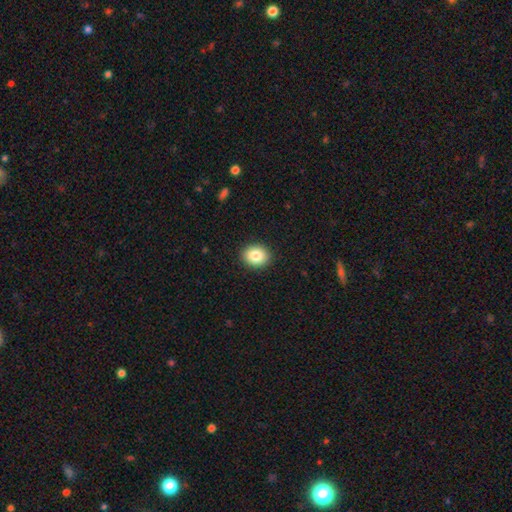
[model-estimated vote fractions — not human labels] A smooth galaxy with no disk features (84%) that is round (58%).

Vote fractions:
- Smooth or featured? smooth: 84% / star or artifact: 9% / featured or disk: 7%
- How rounded? round: 58% / in between: 41% / cigar-shaped: 1%
- Merging? none: 91% / minor disturbance: 6% / major disturbance: 2% / merger: 1%